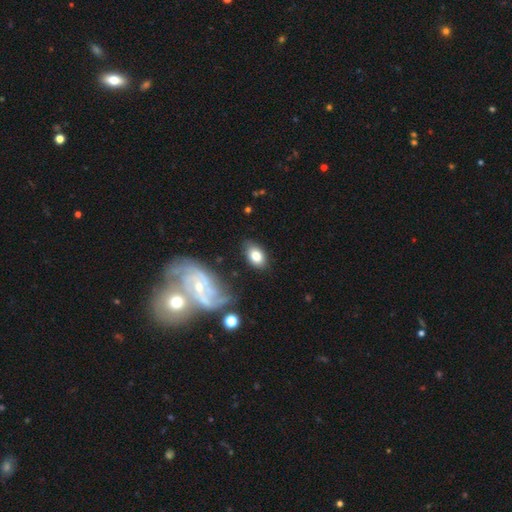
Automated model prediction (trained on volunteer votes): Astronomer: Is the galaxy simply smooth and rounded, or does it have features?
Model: smooth — 75%.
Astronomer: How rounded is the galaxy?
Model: in between — 86%.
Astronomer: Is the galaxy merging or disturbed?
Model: none — 78%.